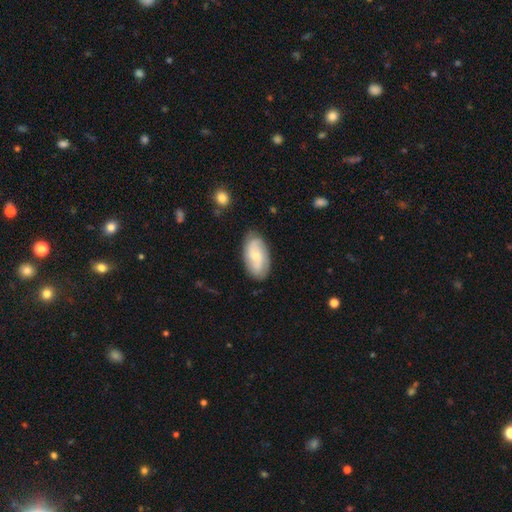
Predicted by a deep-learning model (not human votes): A featured or disk galaxy (52%).

Vote fractions:
- Smooth or featured? featured or disk: 52% / smooth: 42% / star or artifact: 6%
- Edge-on disk? no: 94% / yes: 6%
- Merging? none: 80% / minor disturbance: 15% / major disturbance: 3% / merger: 2%